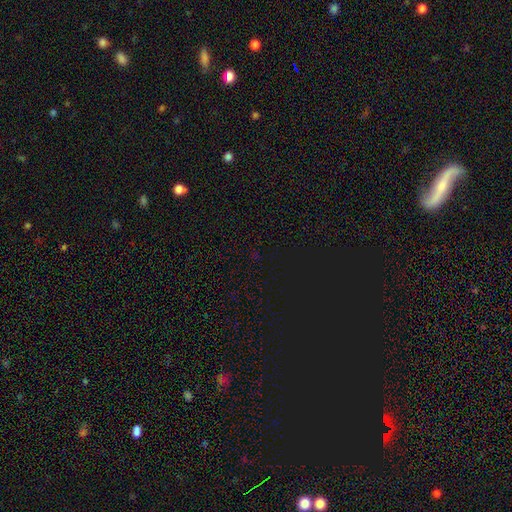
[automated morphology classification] Q: Smooth or featured?
A: star or artifact (76%); runner-up: smooth (17%)